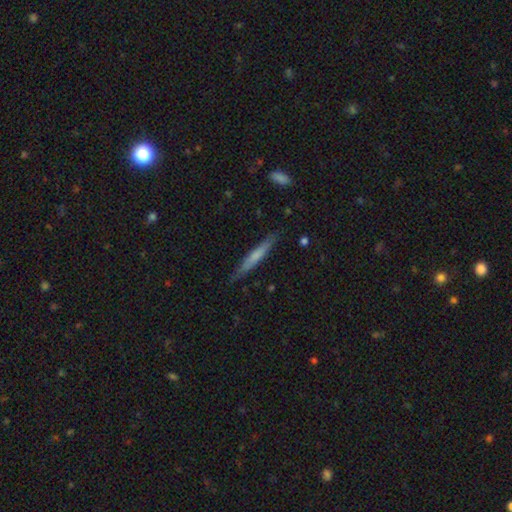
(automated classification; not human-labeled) Smooth or featured?
  - smooth: 57% *
  - featured or disk: 37%
  - star or artifact: 6%
How rounded?
  - cigar-shaped: 94% *
  - in between: 4%
  - round: 1%
Merging?
  - none: 84% *
  - minor disturbance: 12%
  - major disturbance: 2%
  - merger: 2%